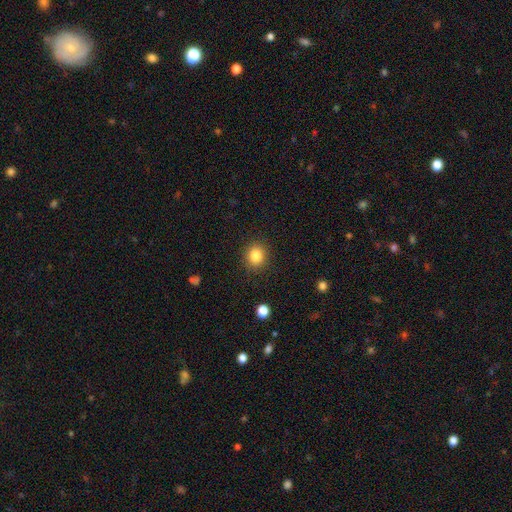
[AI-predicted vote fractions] Smooth or featured: smooth — 83% (star or artifact — 11%)
How rounded: round — 80% (in between — 19%)
Merging: none — 89% (minor disturbance — 7%)